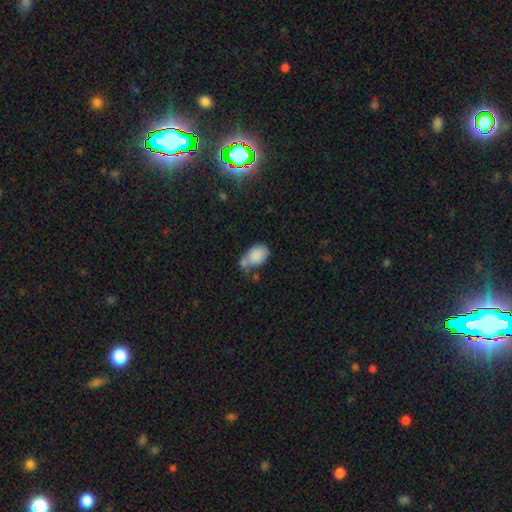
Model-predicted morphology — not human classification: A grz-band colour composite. It shows a smooth galaxy with no disk features (83%) that is in between round and cigar-shaped (84%). Merging: none (39%).